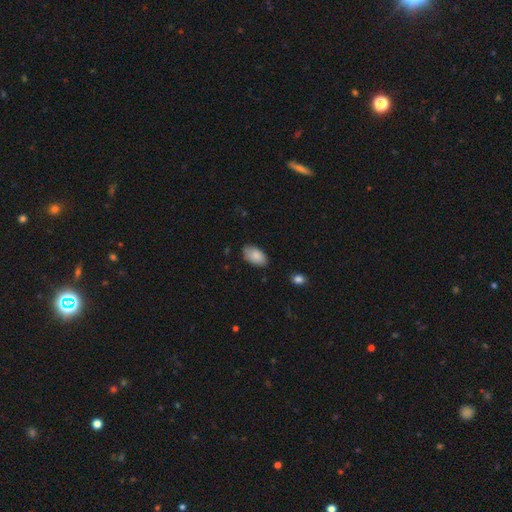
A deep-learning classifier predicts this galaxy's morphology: Smooth or featured? Predicted: smooth (p=0.86). How rounded? Predicted: in between (p=0.94). Merging? Predicted: none (p=0.81).